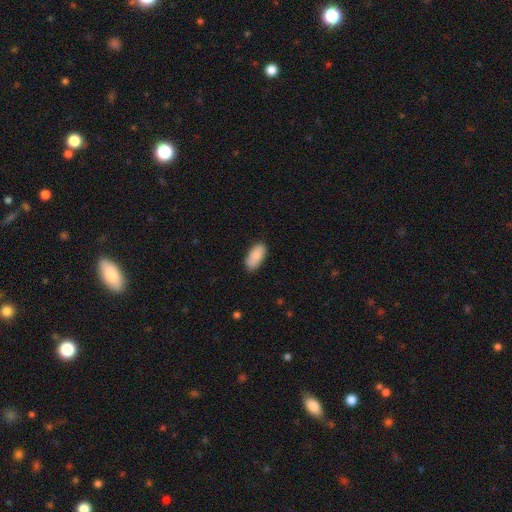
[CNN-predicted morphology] This is clearly a smooth galaxy (88%). How rounded: clearly in between (91%). Merging: clearly none (83%).